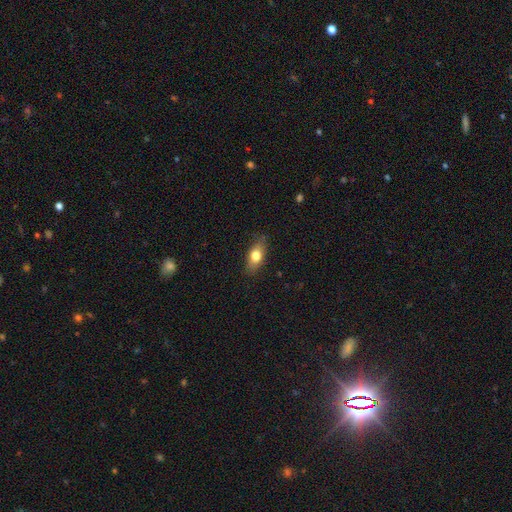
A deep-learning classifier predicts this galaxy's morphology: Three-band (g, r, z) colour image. It shows a smooth galaxy with no disk features (71%) that is in between round and cigar-shaped (77%). Merging: none (83%).